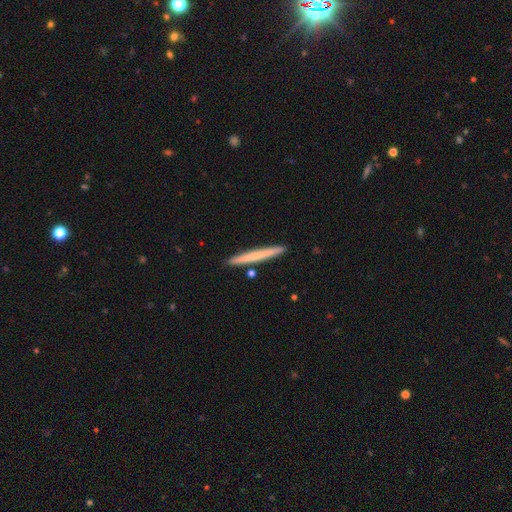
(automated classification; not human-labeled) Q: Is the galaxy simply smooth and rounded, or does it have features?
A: smooth — 63%.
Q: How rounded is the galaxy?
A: cigar-shaped — 97%.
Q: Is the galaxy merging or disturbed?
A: none — 90%.